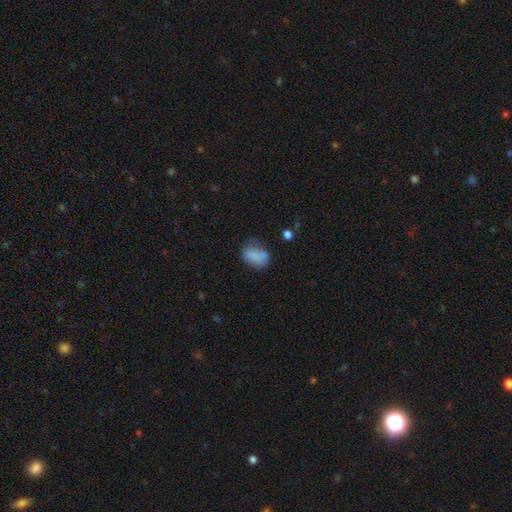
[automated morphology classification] Smooth or featured: smooth — 80% (featured or disk — 10%)
How rounded: in between — 78% (round — 21%)
Merging: none — 53% (minor disturbance — 30%)